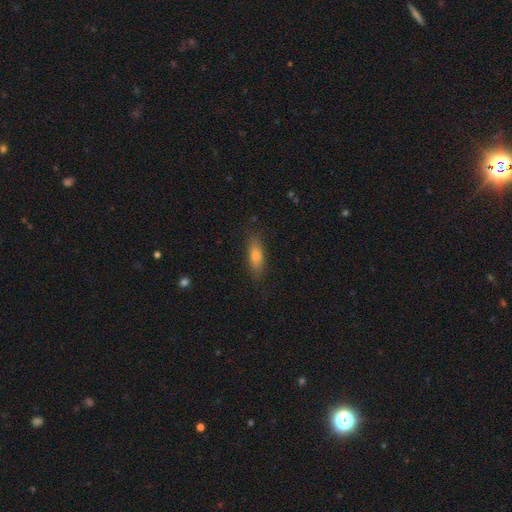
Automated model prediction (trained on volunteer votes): smooth-or-featured: smooth: 70% | featured or disk: 21% | star or artifact: 9%
  how-rounded: in between: 52% | cigar-shaped: 45% | round: 3%
  merging: none: 84% | minor disturbance: 12% | major disturbance: 3% | merger: 1%